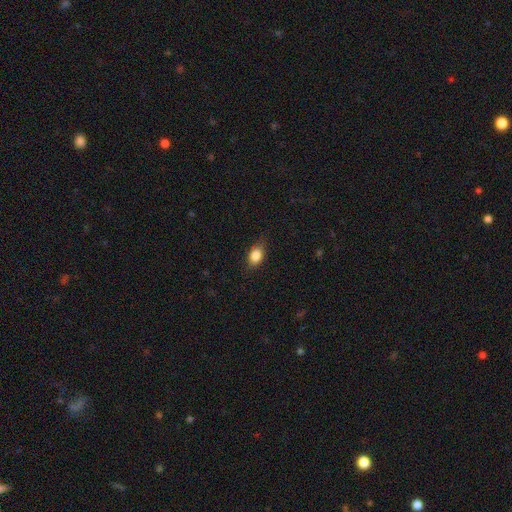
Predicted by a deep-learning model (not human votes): Q: Smooth or featured?
A: smooth (83%); runner-up: featured or disk (9%)
Q: How rounded?
A: in between (76%); runner-up: round (21%)
Q: Merging?
A: none (73%); runner-up: minor disturbance (21%)